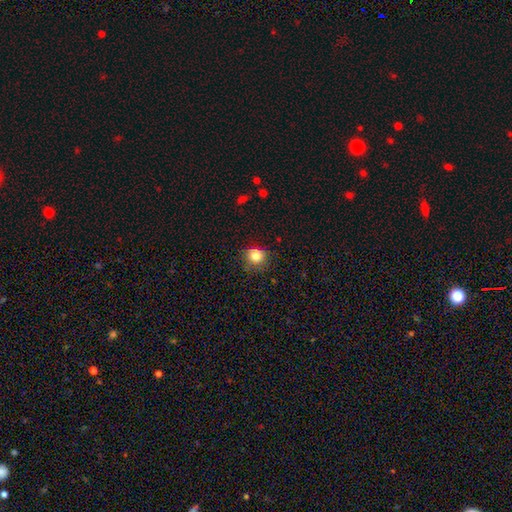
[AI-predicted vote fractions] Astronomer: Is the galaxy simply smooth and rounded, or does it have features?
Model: smooth — 83%.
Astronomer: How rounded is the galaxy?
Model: round — 85%.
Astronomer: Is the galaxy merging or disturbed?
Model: none — 77%.